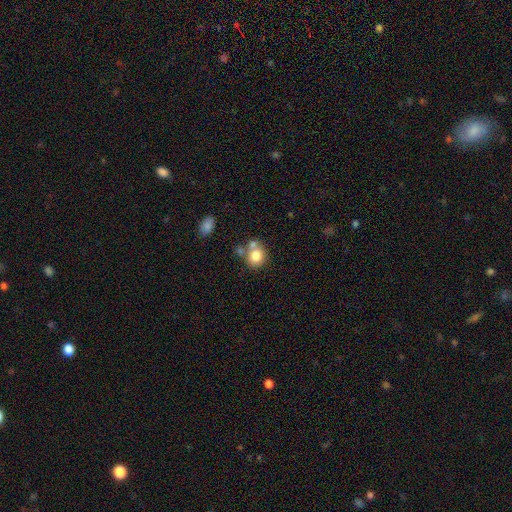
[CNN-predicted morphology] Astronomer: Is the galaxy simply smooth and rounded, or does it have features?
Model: smooth — 78%.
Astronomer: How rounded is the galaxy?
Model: round — 74%.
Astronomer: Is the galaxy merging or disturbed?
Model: none — 51% (runner-up: merger, 32%).